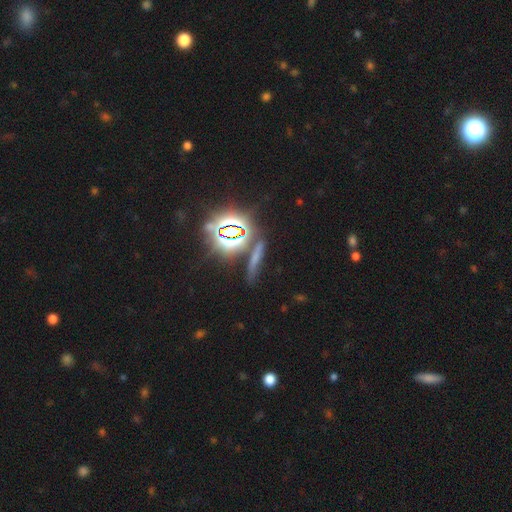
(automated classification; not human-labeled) Q: Smooth or featured?
A: star or artifact (46%); runner-up: smooth (37%)